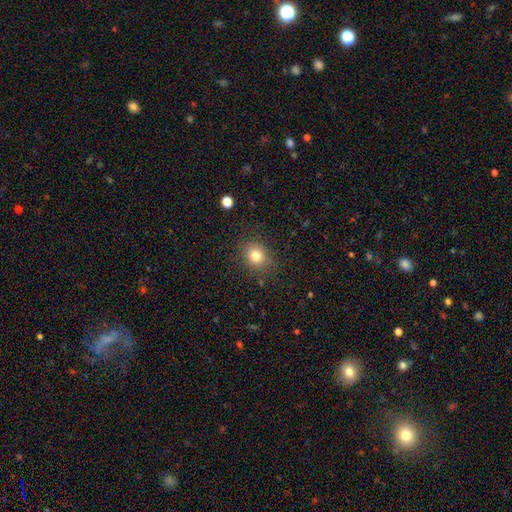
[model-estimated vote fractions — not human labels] This appears to be a smooth galaxy with no disk features (80%) that is round (65%). Merging: none (83%).